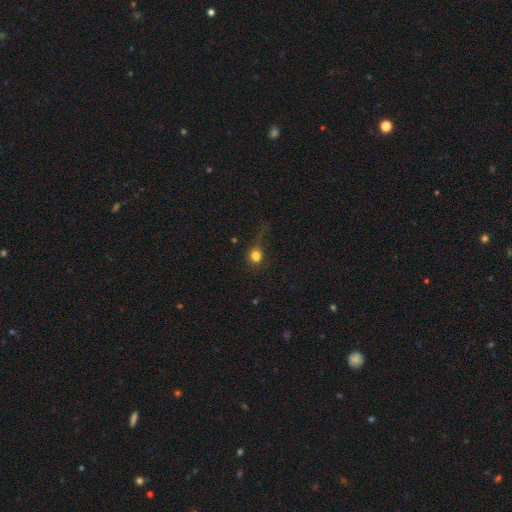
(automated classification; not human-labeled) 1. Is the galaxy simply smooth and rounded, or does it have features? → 77% smooth, 13% star or artifact, 9% featured or disk.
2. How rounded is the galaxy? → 74% round, 24% in between, 2% cigar-shaped.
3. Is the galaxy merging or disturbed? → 41% none, 31% major disturbance, 23% minor disturbance, 5% merger.